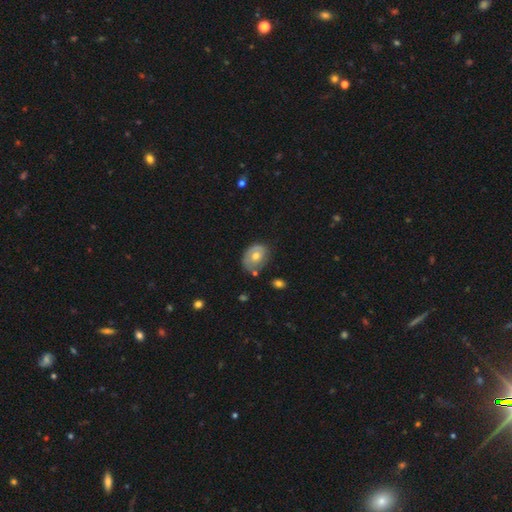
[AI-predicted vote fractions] Smooth or featured? Predicted: smooth (p=0.52). How rounded? Predicted: in between (p=0.61). Merging? Predicted: none (p=0.58).